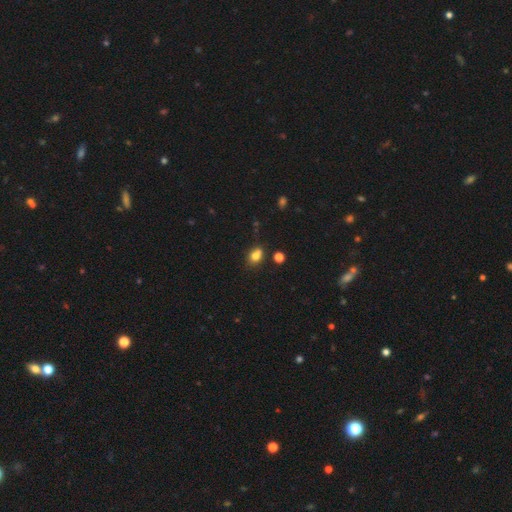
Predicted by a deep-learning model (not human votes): A smooth galaxy with no disk features (79%) that is in between round and cigar-shaped (60%). Merging: none (62%).